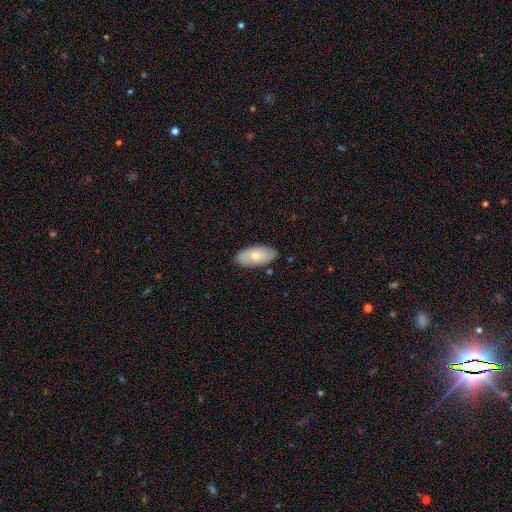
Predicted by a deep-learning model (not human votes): Smooth or featured? smooth (69%)
How rounded? in between (93%)
Merging? none (84%)